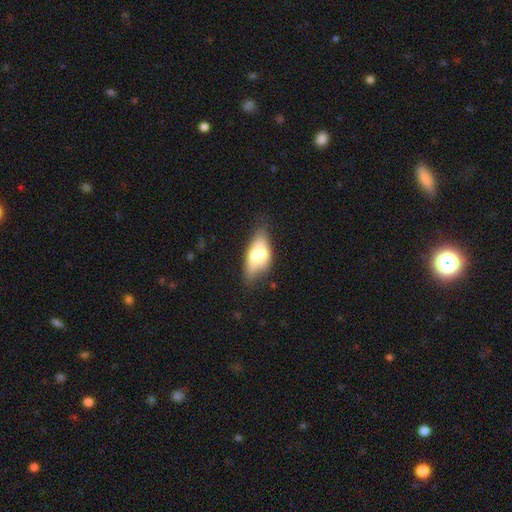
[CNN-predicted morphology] Smooth or featured: smooth — 54% (featured or disk — 38%)
How rounded: in between — 82% (cigar-shaped — 12%)
Merging: merger — 38% (none — 37%)